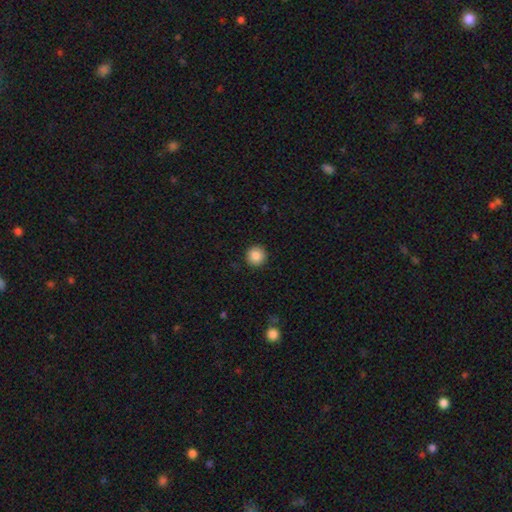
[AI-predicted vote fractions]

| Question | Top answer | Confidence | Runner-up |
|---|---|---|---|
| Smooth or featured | smooth | 87% | star or artifact (9%) |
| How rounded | round | 96% | in between (3%) |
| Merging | none | 92% | minor disturbance (5%) |